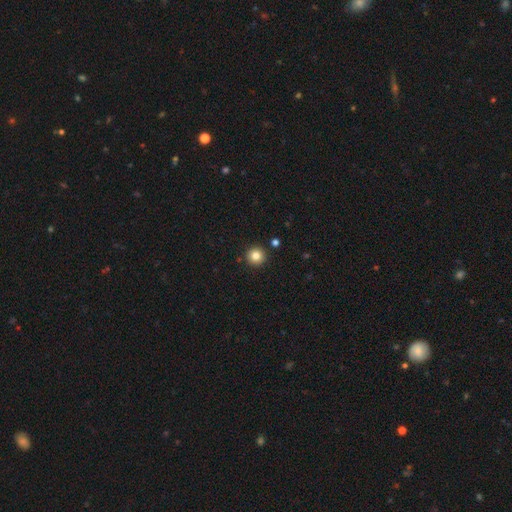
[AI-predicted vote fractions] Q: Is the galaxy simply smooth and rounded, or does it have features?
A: smooth — 83%.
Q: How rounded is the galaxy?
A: round — 95%.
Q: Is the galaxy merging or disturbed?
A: none — 91%.